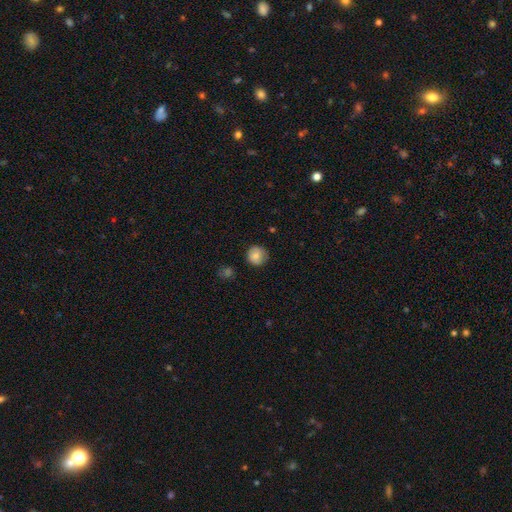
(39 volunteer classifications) smooth-or-featured: smooth: 95% | featured or disk: 3% | star or artifact: 3%
  how-rounded: round: 97% | in between: 3% | cigar-shaped: 0%
  merging: none: 87% | minor disturbance: 11% | major disturbance: 3% | merger: 0%